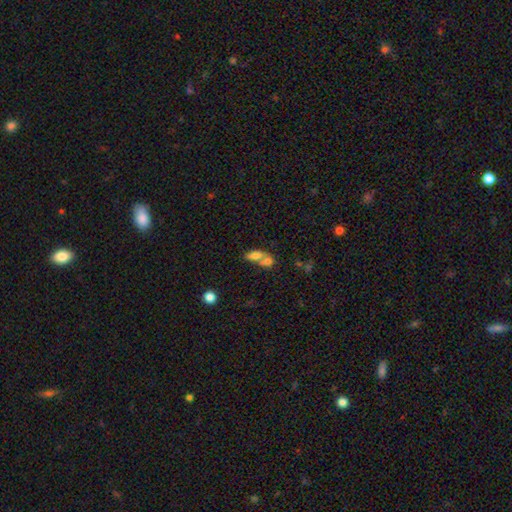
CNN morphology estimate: A smooth galaxy with no disk features (68%) that is in between round and cigar-shaped (78%). Merging: merger (62%).